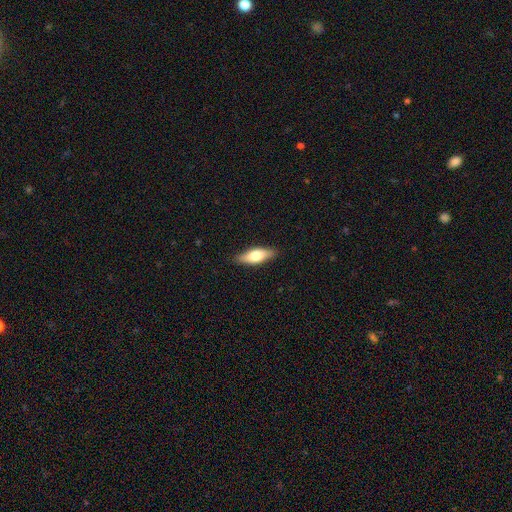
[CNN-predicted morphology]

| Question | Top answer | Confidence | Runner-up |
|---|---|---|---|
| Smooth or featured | smooth | 60% | featured or disk (34%) |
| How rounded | in between | 64% | cigar-shaped (33%) |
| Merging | none | 87% | minor disturbance (10%) |